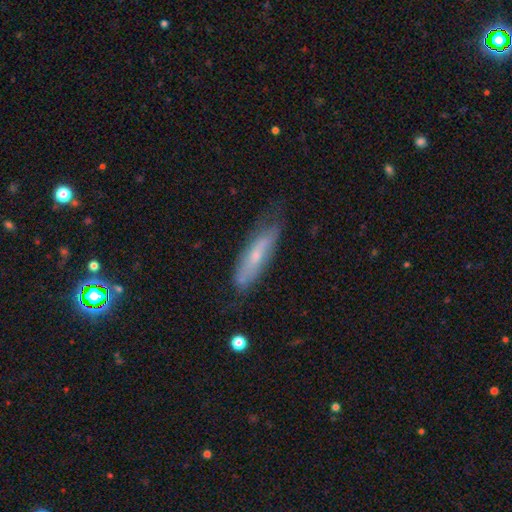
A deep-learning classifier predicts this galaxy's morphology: This appears to be a smooth galaxy with no disk features (51%) that is cigar-shaped (68%). Merging: none (61%).